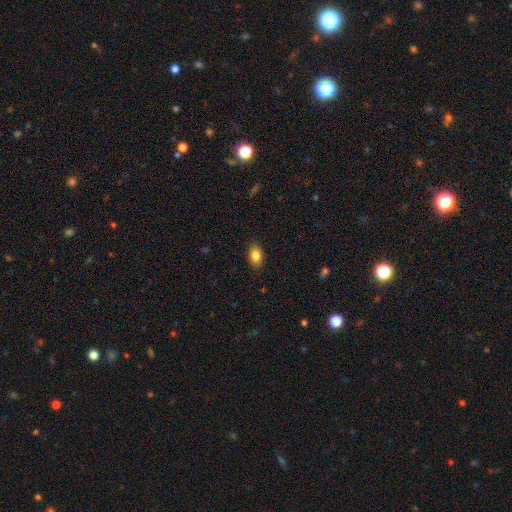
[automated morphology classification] Smooth or featured? Predicted: smooth (p=0.84). How rounded? Predicted: in between (p=0.82). Merging? Predicted: none (p=0.87).